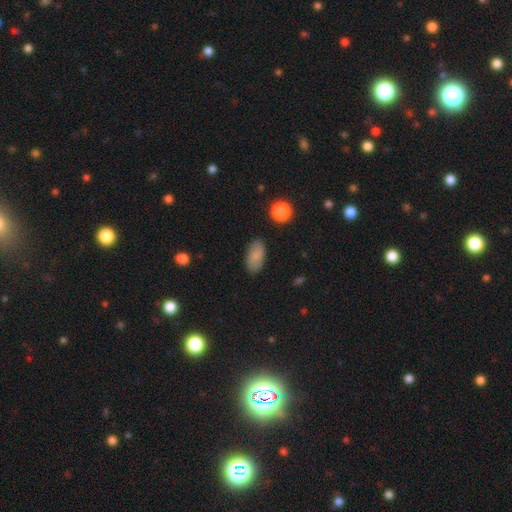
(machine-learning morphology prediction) Overall: smooth (85%). How rounded: in between (92%). Merging: none (85%).